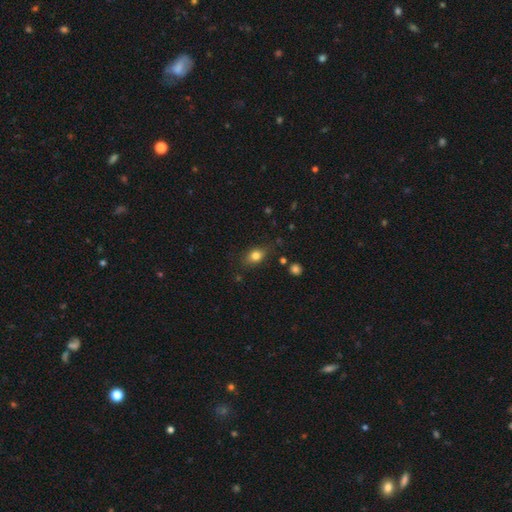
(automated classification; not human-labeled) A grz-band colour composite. It shows a smooth galaxy with no disk features (80%) that is in between round and cigar-shaped (70%). Merging: none (78%).